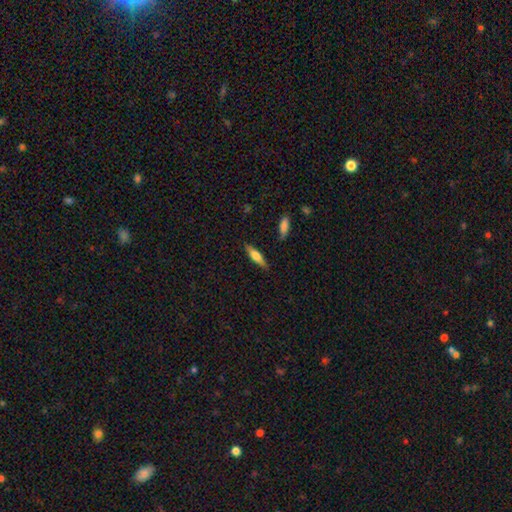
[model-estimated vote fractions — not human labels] Smooth or featured? smooth (52%)
How rounded? cigar-shaped (66%)
Merging? none (85%)